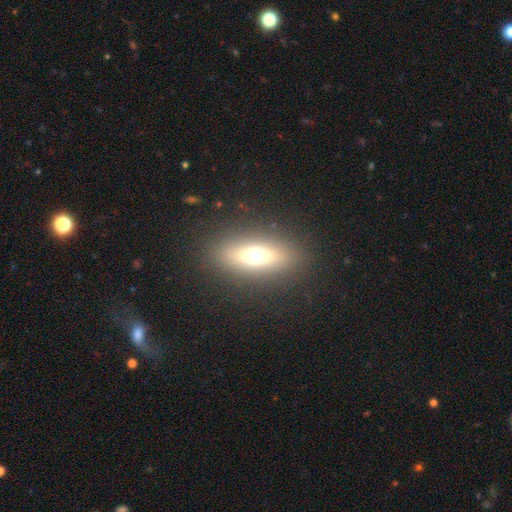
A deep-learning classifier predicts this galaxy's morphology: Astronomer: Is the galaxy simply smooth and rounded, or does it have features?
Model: smooth — 58%.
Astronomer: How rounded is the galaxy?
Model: in between — 65%.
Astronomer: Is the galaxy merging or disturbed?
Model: none — 87%.